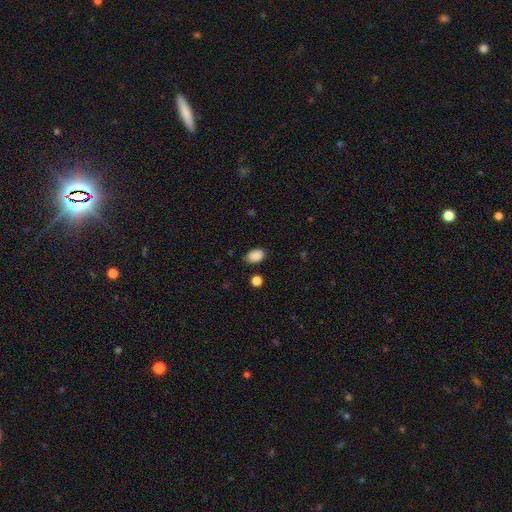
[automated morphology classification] A smooth galaxy with no disk features (87%) that is in between round and cigar-shaped (83%).

Vote fractions:
- Smooth or featured? smooth: 87% / star or artifact: 9% / featured or disk: 4%
- How rounded? in between: 83% / round: 16% / cigar-shaped: 1%
- Merging? none: 75% / minor disturbance: 19% / major disturbance: 4% / merger: 2%